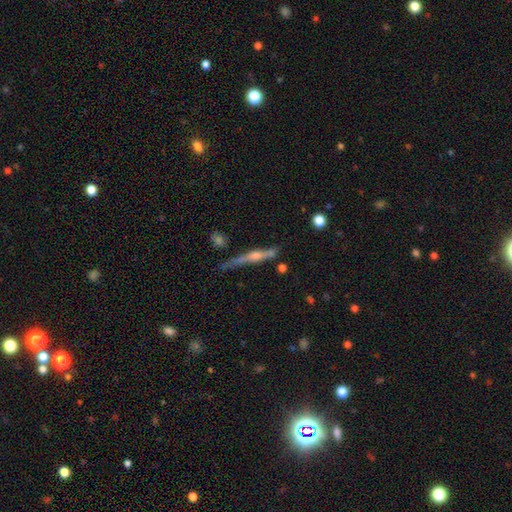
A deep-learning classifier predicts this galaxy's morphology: Smooth or featured? featured or disk (69%)
Edge-on disk? yes (94%)
Edge-on bulge? rounded (74%)
Merging? none (63%)